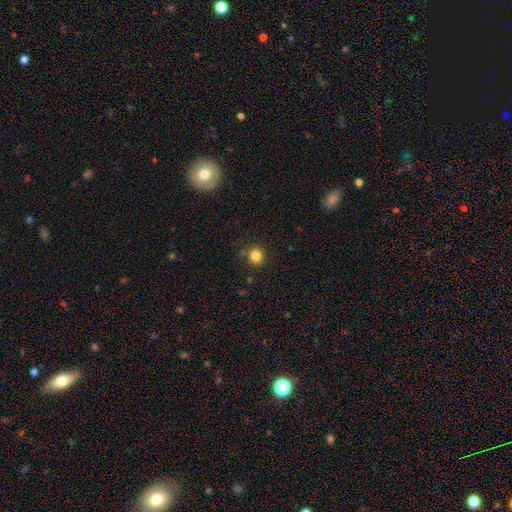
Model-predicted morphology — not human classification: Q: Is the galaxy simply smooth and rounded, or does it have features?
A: smooth — 83%.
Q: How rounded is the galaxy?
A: round — 85%.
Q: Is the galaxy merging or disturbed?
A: none — 84%.